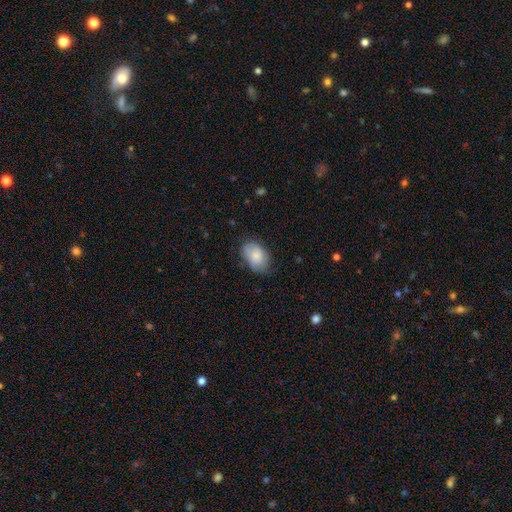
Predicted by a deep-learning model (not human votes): Smooth or featured? smooth (79%)
How rounded? in between (86%)
Merging? none (70%)